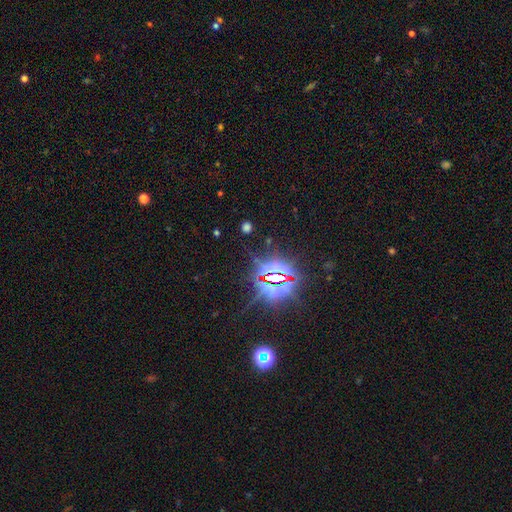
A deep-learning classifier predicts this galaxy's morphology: Smooth or featured: star or artifact — 84% (smooth — 9%)